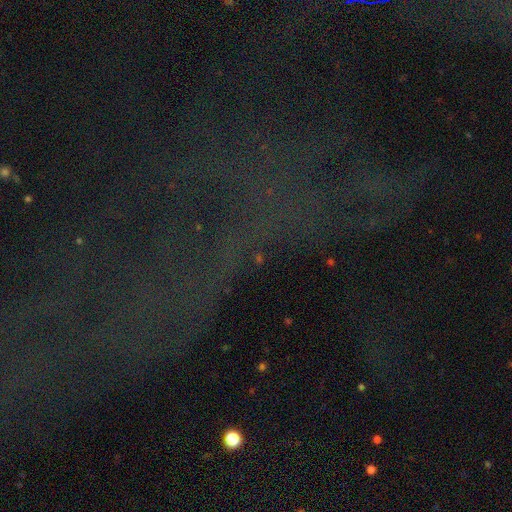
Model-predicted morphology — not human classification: Smooth or featured? Predicted: star or artifact (p=0.73).